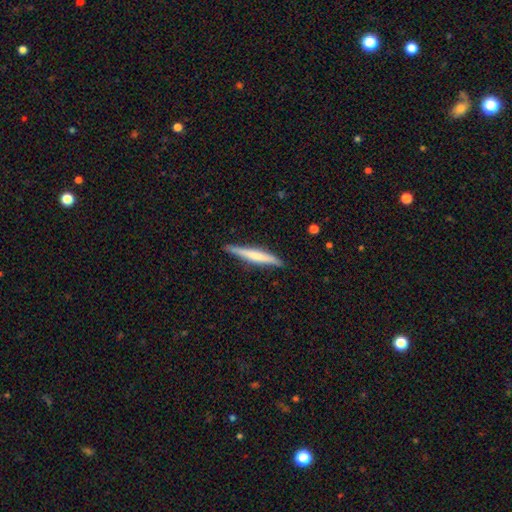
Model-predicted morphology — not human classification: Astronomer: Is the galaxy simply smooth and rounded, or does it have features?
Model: smooth — 50% (runner-up: featured or disk, 45%).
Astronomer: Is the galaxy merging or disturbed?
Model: none — 88%.